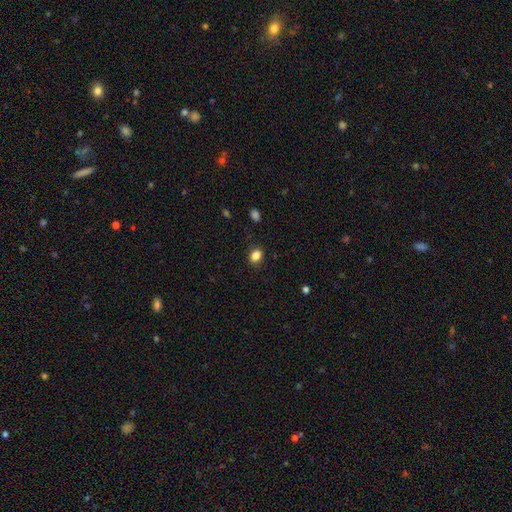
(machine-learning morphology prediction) The model was most divided on "how rounded": in between: 67%, round: 32%, cigar-shaped: 1%. More confident: merging — none (86%); smooth or featured — smooth (86%).